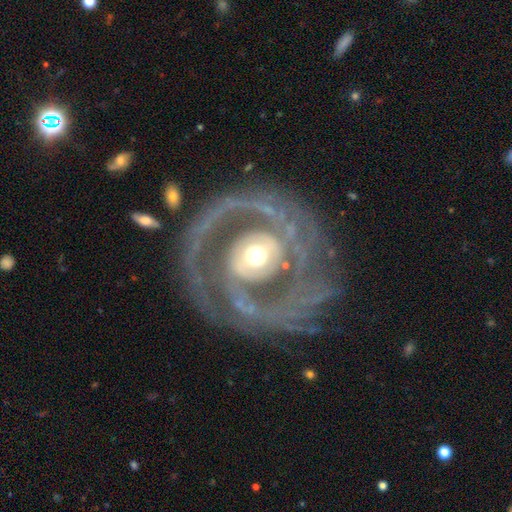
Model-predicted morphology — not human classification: A featured or disk galaxy (86%) with no bar (60%), 2 (50%) tight (40%) spiral arms (84%) and a moderate central bulge (60%).

Vote fractions:
- Smooth or featured? featured or disk: 86% / smooth: 9% / star or artifact: 5%
- Edge-on disk? no: 97% / yes: 3%
- Bar? no: 60% / weak: 23% / strong: 17%
- Spiral arms? yes: 84% / no: 16%
- Spiral winding? tight: 40% / medium: 38% / loose: 22%
- Spiral arm count? 2: 50% / can't tell: 16% / 3: 11% / 1: 8% / 4: 7% / more than 4: 7%
- Bulge size? moderate: 60% / large: 24% / small: 11% / dominant: 3% / none: 1%
- Merging? none: 69% / major disturbance: 16% / minor disturbance: 12% / merger: 2%